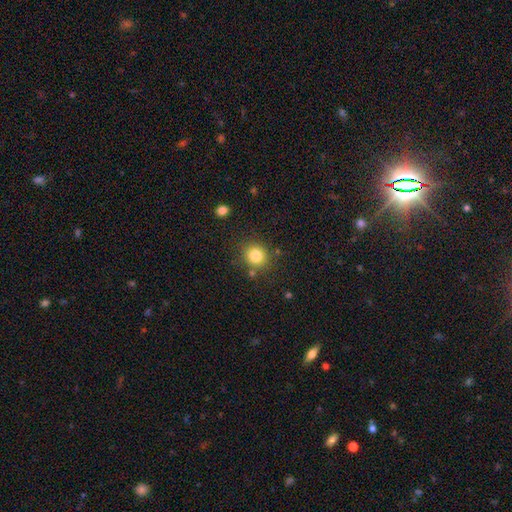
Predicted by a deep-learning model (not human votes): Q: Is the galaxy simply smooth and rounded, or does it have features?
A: smooth — 82%.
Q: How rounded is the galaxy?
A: round — 82%.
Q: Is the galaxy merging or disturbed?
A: none — 81%.